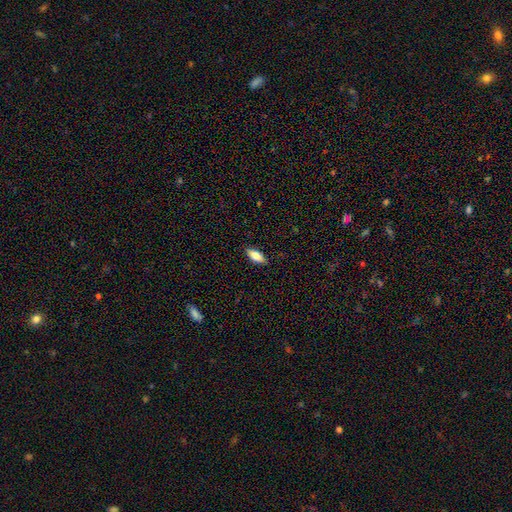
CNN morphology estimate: This appears to be a smooth galaxy with no disk features (73%) that is in between round and cigar-shaped (78%). Merging: none (88%).